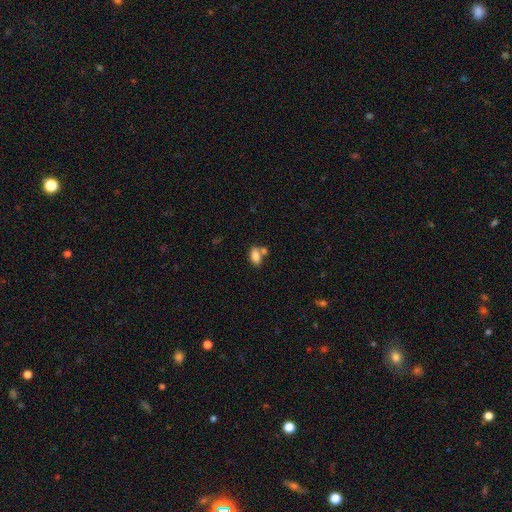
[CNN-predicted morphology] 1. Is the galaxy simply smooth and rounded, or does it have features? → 83% smooth, 9% featured or disk, 9% star or artifact.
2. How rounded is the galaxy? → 90% in between, 6% round, 4% cigar-shaped.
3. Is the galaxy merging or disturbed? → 52% none, 33% merger, 12% minor disturbance, 4% major disturbance.